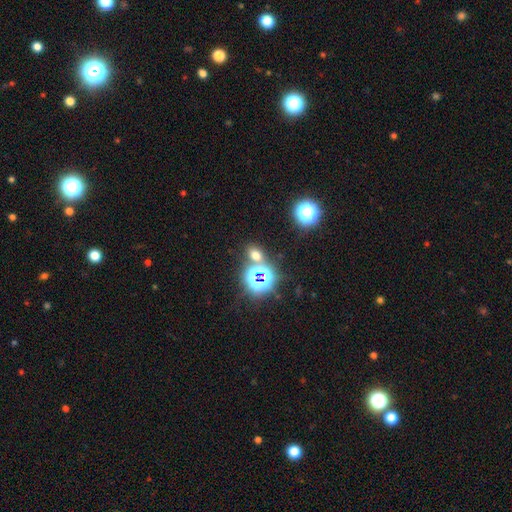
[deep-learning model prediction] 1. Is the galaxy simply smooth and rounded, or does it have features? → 54% smooth, 38% star or artifact, 8% featured or disk.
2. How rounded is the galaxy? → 52% in between, 46% round, 2% cigar-shaped.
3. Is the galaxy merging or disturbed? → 72% none, 15% merger, 9% minor disturbance, 4% major disturbance.